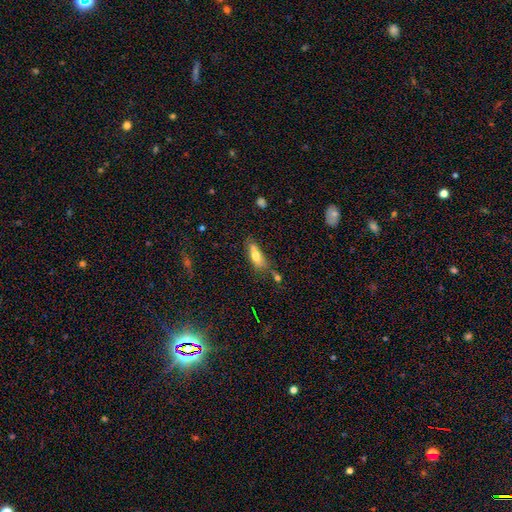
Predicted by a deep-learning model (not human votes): Morphology: type=smooth (70%); roundness=in between (66%); merging=none (55%).